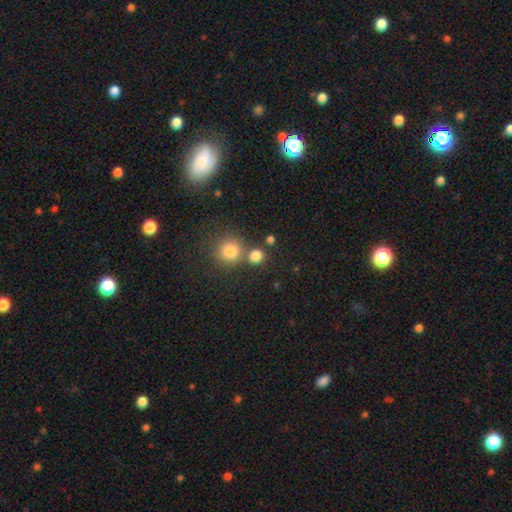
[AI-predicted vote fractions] This is clearly a smooth galaxy (81%). How rounded: clearly round (88%). Merging: likely none (66%).